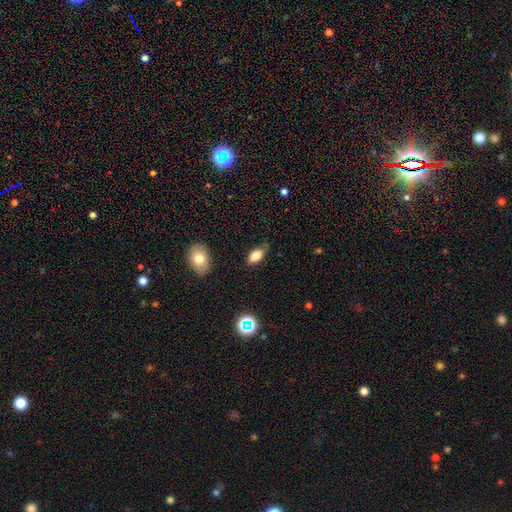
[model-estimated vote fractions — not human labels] Q: Smooth or featured?
A: smooth (80%); runner-up: featured or disk (11%)
Q: How rounded?
A: in between (90%); runner-up: round (6%)
Q: Merging?
A: none (65%); runner-up: minor disturbance (27%)